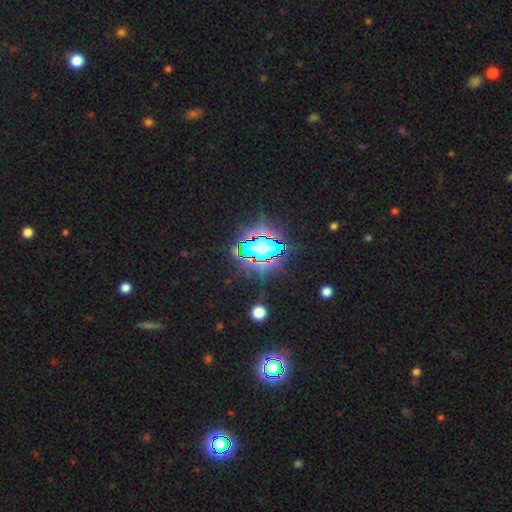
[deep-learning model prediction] star or artifact 74%, smooth 15%, featured or disk 11%.